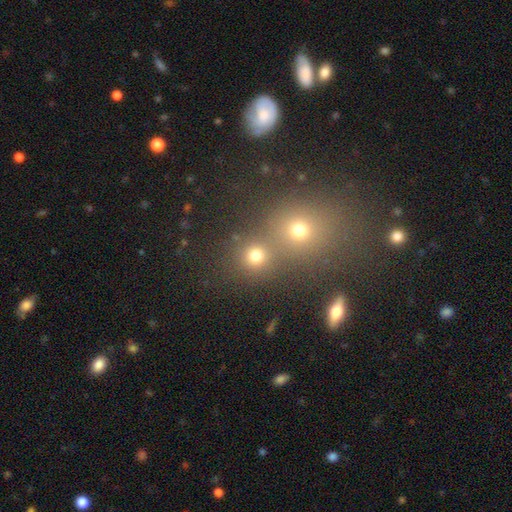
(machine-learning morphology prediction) type=smooth (75%); roundness=round (87%); merging=none (52%).